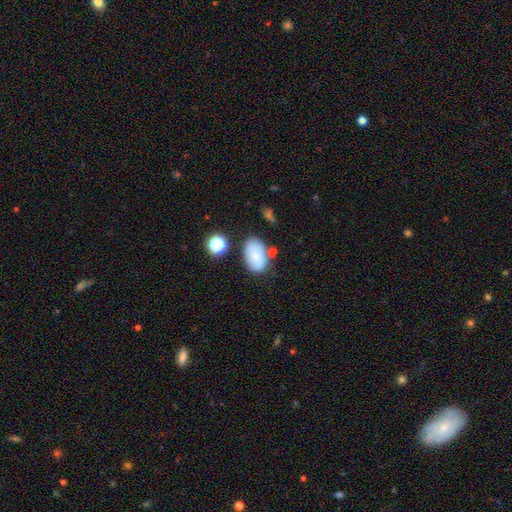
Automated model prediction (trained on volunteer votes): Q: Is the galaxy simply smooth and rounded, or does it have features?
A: smooth — 76%.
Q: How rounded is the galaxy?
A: in between — 90%.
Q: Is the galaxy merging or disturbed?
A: none — 68%.